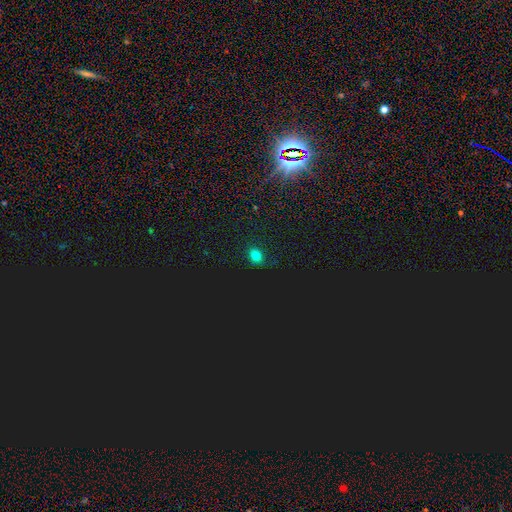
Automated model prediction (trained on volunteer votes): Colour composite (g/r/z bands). It shows a smooth galaxy with no disk features (67%) that is round (65%). Merging: none (76%).